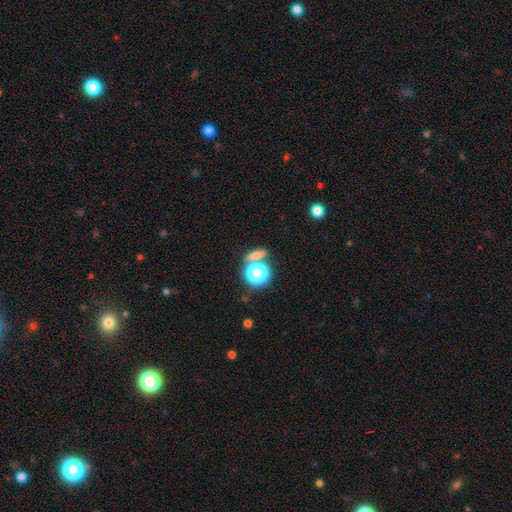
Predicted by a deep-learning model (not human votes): Q: Smooth or featured?
A: smooth (59%); runner-up: star or artifact (26%)
Q: How rounded?
A: round (43%); runner-up: in between (32%)
Q: Merging?
A: none (68%); runner-up: merger (19%)